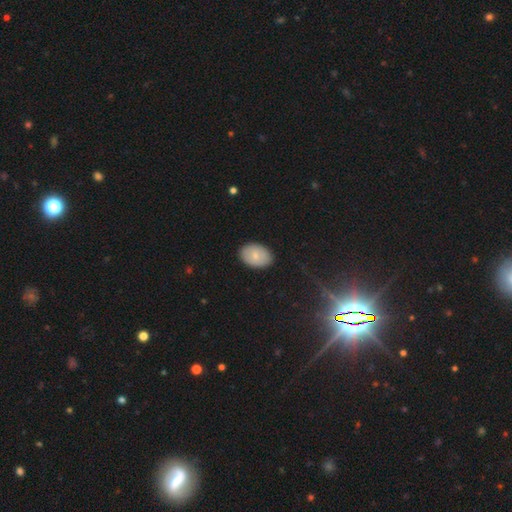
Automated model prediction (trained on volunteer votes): Q: Smooth or featured?
A: smooth (75%); runner-up: featured or disk (18%)
Q: How rounded?
A: in between (83%); runner-up: round (16%)
Q: Merging?
A: none (87%); runner-up: minor disturbance (10%)